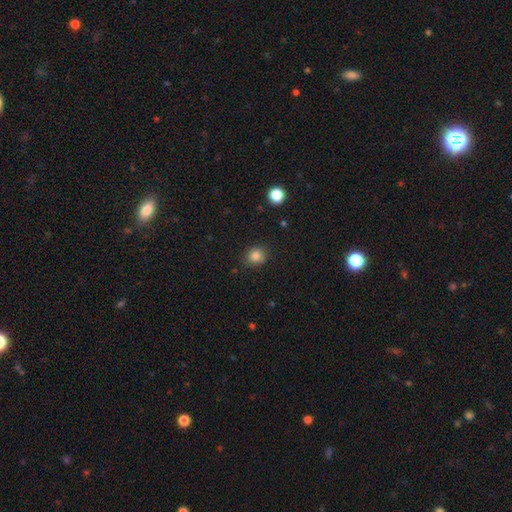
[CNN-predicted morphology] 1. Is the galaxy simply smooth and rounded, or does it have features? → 84% smooth, 11% star or artifact, 5% featured or disk.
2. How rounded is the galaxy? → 75% round, 25% in between, 1% cigar-shaped.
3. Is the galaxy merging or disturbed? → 86% none, 10% minor disturbance, 3% major disturbance, 1% merger.